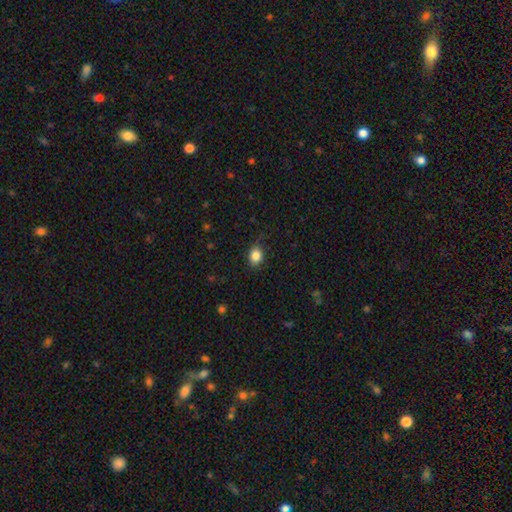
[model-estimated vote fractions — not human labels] This is clearly a smooth galaxy (85%). How rounded: possibly round (57%). Merging: likely none (76%).